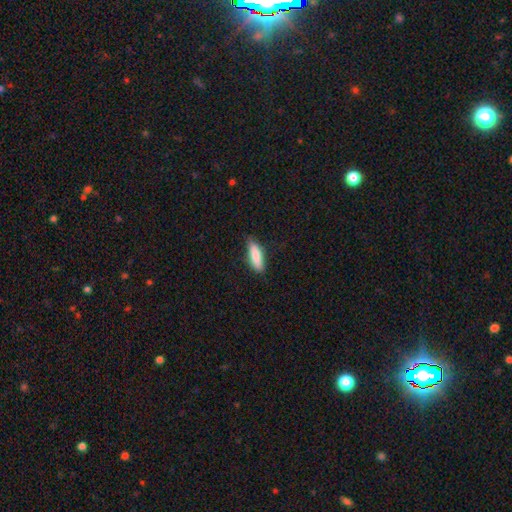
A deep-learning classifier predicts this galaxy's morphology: Smooth or featured?
  - smooth: 84% *
  - featured or disk: 10%
  - star or artifact: 6%
How rounded?
  - cigar-shaped: 52% *
  - in between: 46%
  - round: 2%
Merging?
  - none: 79% *
  - minor disturbance: 17%
  - major disturbance: 3%
  - merger: 1%